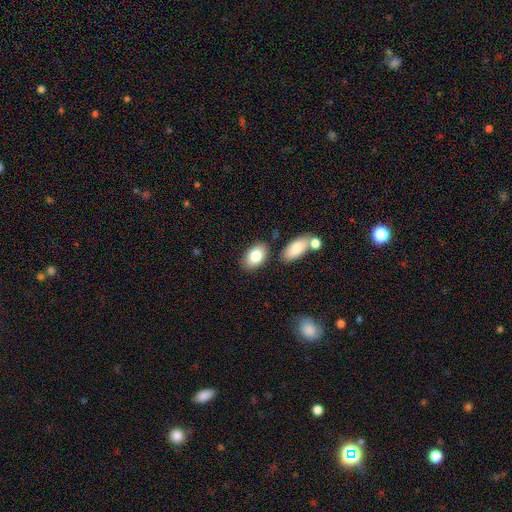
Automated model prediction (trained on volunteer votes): Overall: smooth (82%). How rounded: in between (89%). Merging: none (77%).